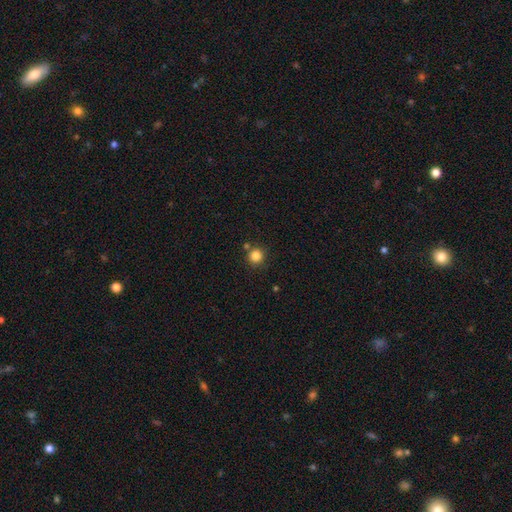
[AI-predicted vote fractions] A smooth galaxy with no disk features (84%) that is round (94%). Merging: none (79%).